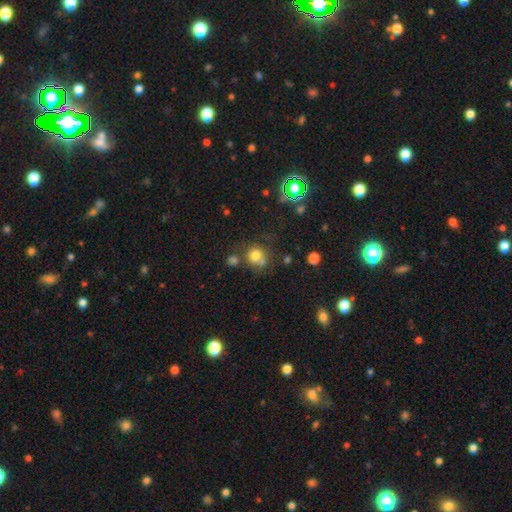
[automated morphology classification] The model was most divided on "merging": none: 56%, merger: 20%, minor disturbance: 16%, major disturbance: 8%. More confident: how rounded — round (84%); smooth or featured — smooth (74%).